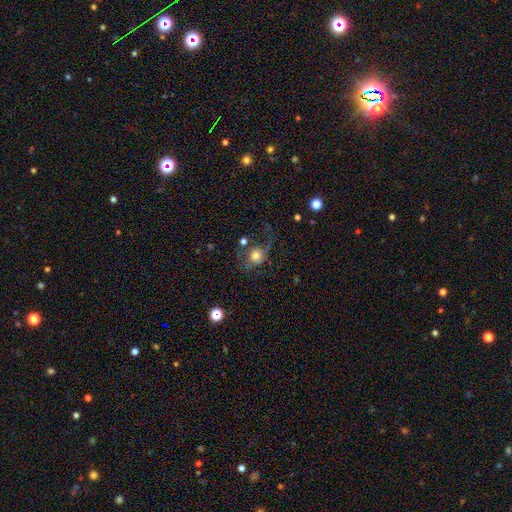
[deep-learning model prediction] The model was most divided on "merging": none: 38%, major disturbance: 36%, minor disturbance: 19%, merger: 6%. More confident: how rounded — round (82%); smooth or featured — smooth (54%).